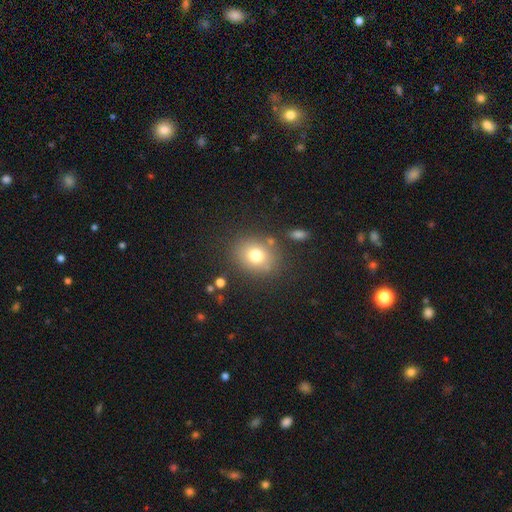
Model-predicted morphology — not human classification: The model was most divided on "how rounded": round: 61%, in between: 38%, cigar-shaped: 1%. More confident: merging — none (80%); smooth or featured — smooth (76%).